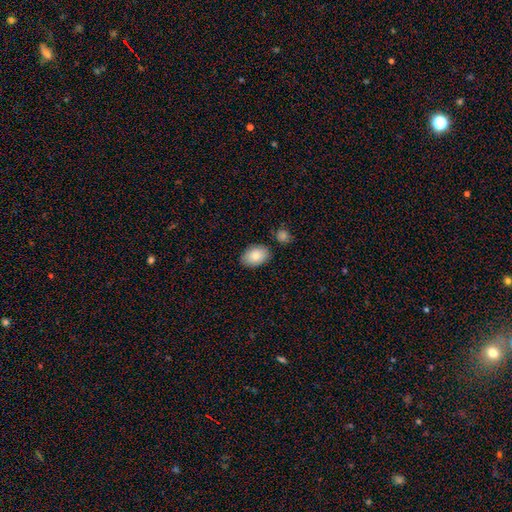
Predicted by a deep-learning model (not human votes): Smooth or featured: smooth — 84% (featured or disk — 9%)
How rounded: in between — 86% (round — 12%)
Merging: none — 81% (minor disturbance — 12%)